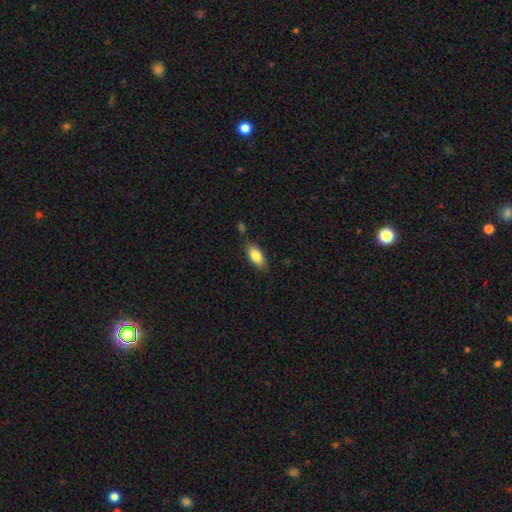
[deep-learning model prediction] The model was most divided on "merging": none: 79%, minor disturbance: 14%, merger: 4%, major disturbance: 3%. More confident: how rounded — in between (89%); smooth or featured — smooth (83%).